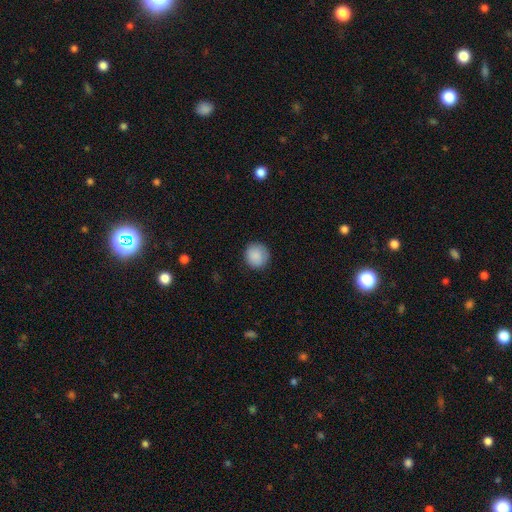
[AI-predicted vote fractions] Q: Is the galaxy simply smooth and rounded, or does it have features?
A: smooth — 88%.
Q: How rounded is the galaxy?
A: round — 92%.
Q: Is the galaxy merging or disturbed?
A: none — 88%.